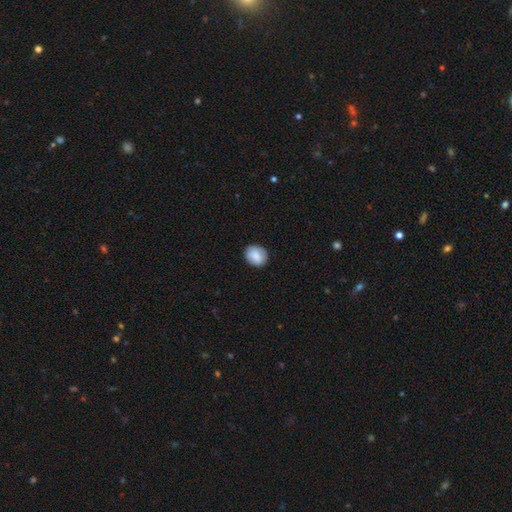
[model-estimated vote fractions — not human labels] Morphology: type=smooth (86%); roundness=round (71%); merging=none (87%).